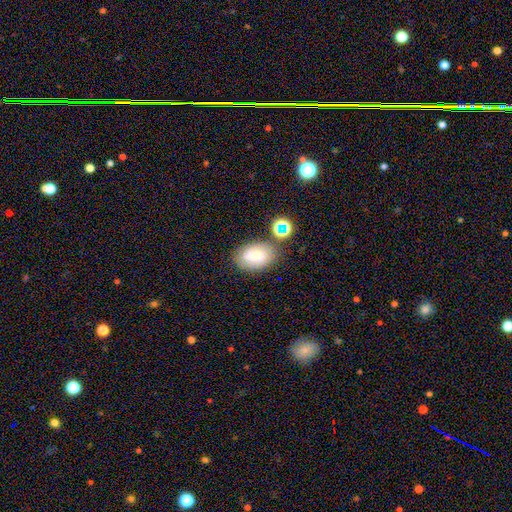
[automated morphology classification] The model was most divided on "smooth or featured": smooth: 60%, featured or disk: 28%, star or artifact: 12%. More confident: how rounded — in between (84%); merging — none (69%).